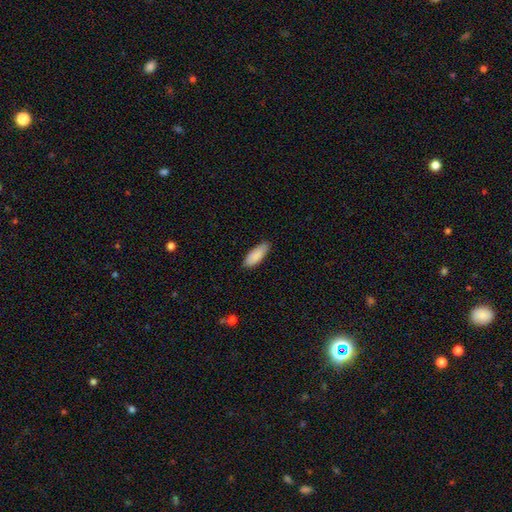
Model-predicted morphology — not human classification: A smooth galaxy with no disk features (89%) that is in between round and cigar-shaped (73%).

Vote fractions:
- Smooth or featured? smooth: 89% / featured or disk: 6% / star or artifact: 6%
- How rounded? in between: 73% / cigar-shaped: 26% / round: 2%
- Merging? none: 80% / minor disturbance: 17% / major disturbance: 2% / merger: 1%